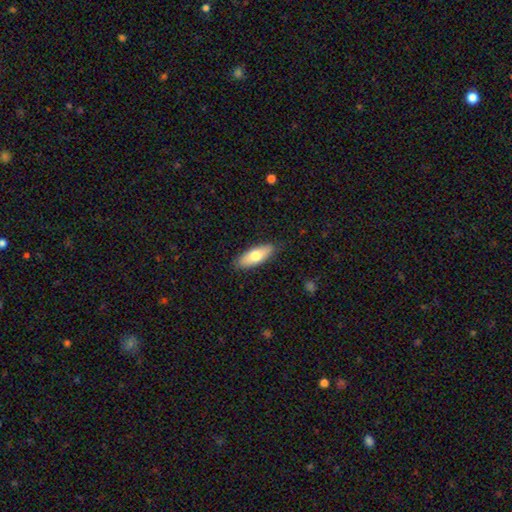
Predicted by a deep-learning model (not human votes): Morphology: type=smooth (71%); roundness=in between (71%); merging=none (87%).